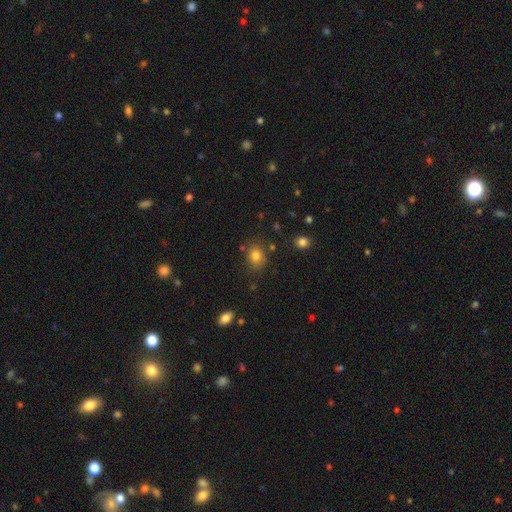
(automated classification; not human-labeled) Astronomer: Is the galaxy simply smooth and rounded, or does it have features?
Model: smooth — 80%.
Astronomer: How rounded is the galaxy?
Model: in between — 51% (runner-up: round, 48%).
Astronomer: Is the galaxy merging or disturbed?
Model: none — 77%.